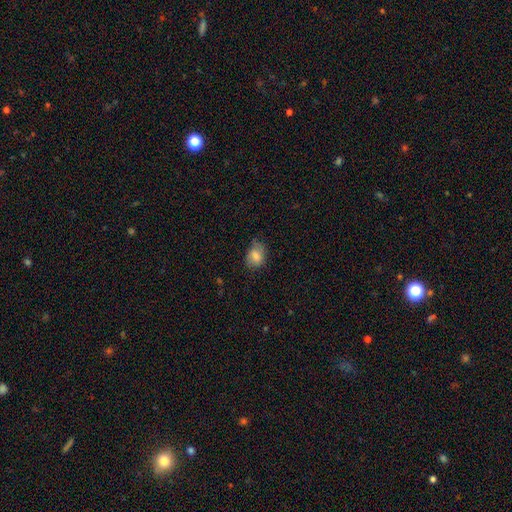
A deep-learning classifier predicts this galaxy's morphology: Smooth or featured?
  - smooth: 78% *
  - featured or disk: 13%
  - star or artifact: 9%
How rounded?
  - in between: 69% *
  - round: 30%
  - cigar-shaped: 1%
Merging?
  - none: 56% *
  - minor disturbance: 32%
  - major disturbance: 10%
  - merger: 2%